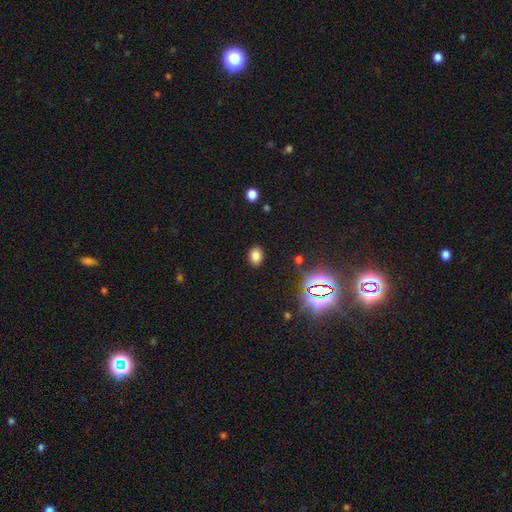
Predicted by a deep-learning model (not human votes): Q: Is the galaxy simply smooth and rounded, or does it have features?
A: smooth — 77%.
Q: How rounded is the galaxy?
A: in between — 73%.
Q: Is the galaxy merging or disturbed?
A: none — 88%.